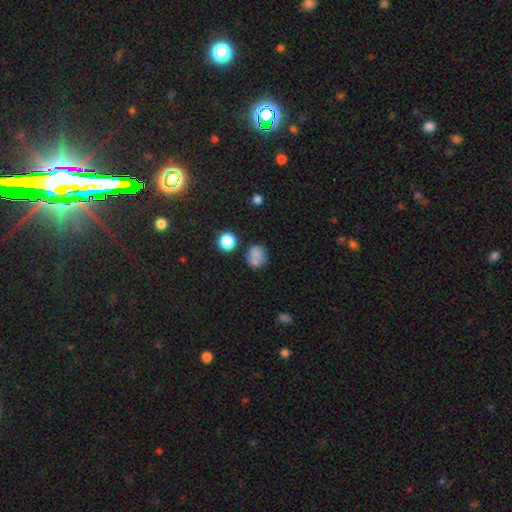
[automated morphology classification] smooth-or-featured: smooth: 76% | star or artifact: 13% | featured or disk: 11%
  how-rounded: round: 76% | in between: 23% | cigar-shaped: 1%
  merging: none: 58% | merger: 20% | minor disturbance: 16% | major disturbance: 6%